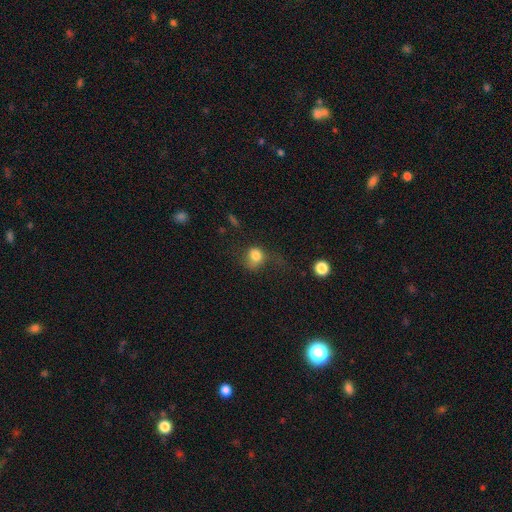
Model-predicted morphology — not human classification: type=smooth (78%); roundness=round (71%); merging=none (40%).